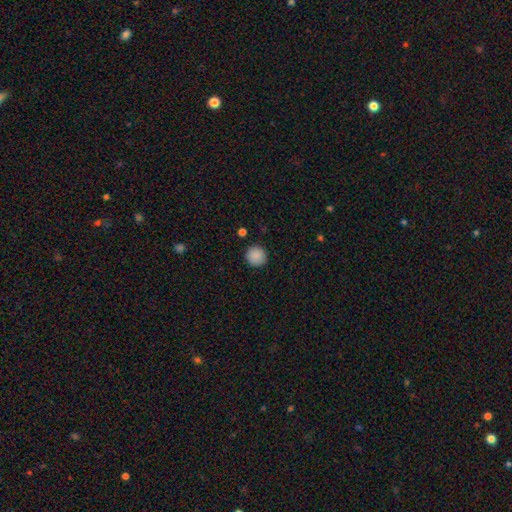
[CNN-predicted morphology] Smooth or featured? Predicted: smooth (p=0.88). How rounded? Predicted: round (p=0.95). Merging? Predicted: none (p=0.91).